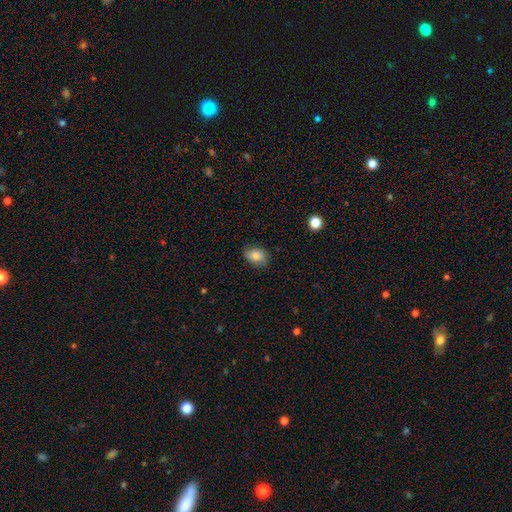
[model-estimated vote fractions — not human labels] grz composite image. It shows a smooth galaxy with no disk features (81%) that is in between round and cigar-shaped (76%). Merging: none (79%).